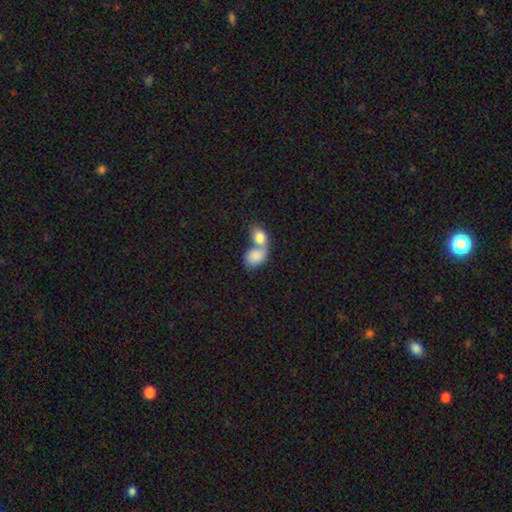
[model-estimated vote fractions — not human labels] Smooth or featured? Predicted: smooth (p=0.82). How rounded? Predicted: in between (p=0.74). Merging? Predicted: merger (p=0.74).